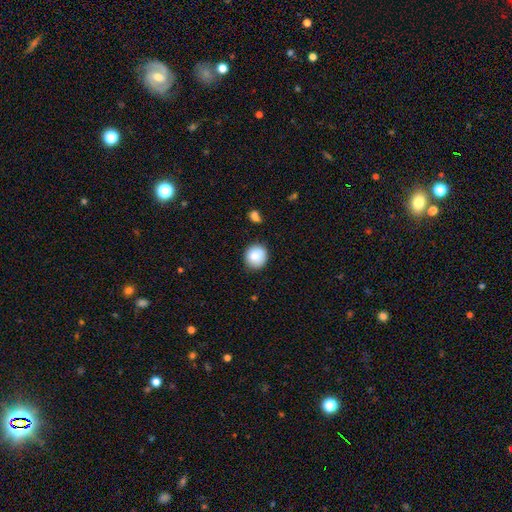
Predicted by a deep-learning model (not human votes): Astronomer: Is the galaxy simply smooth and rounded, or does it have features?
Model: smooth — 86%.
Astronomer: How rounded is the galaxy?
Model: round — 88%.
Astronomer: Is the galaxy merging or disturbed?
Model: none — 86%.